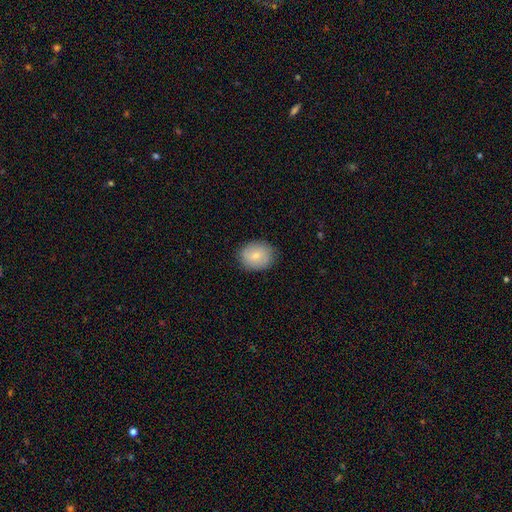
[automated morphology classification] This appears to be a smooth galaxy with no disk features (77%) that is round (53%). Merging: none (84%).